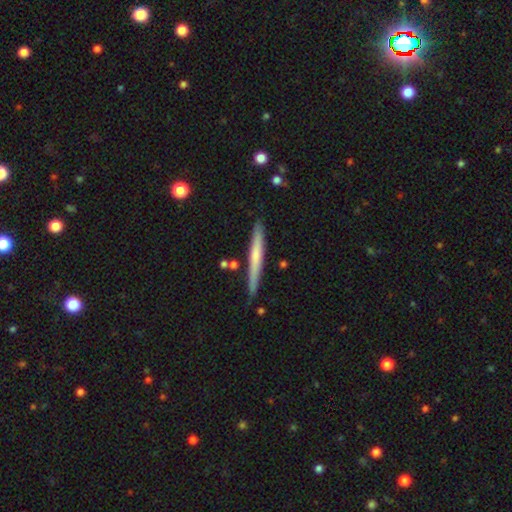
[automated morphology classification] This is possibly a smooth galaxy (53%). How rounded: clearly cigar-shaped (96%). Merging: clearly none (84%).